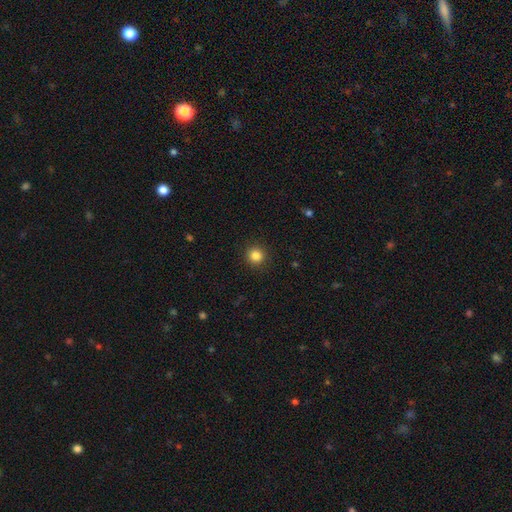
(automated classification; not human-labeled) Overall: smooth (84%). How rounded: round (94%). Merging: none (92%).